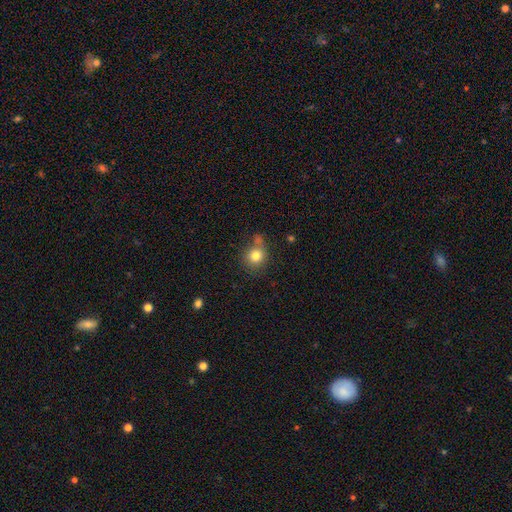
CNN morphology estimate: smooth 80%, star or artifact 11%, featured or disk 8%. Down the decision tree: how rounded — round (86%); merging — none (66%).